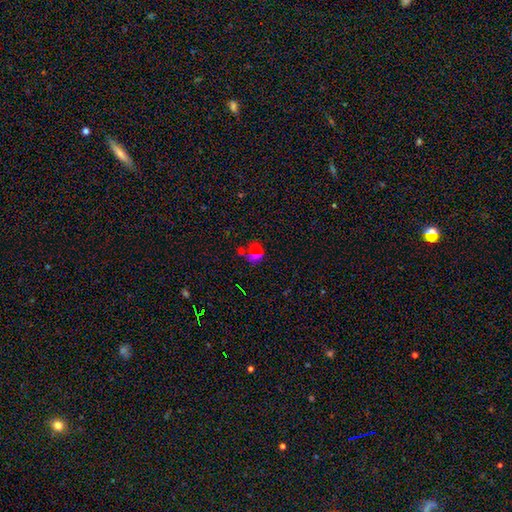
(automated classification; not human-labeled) A star or artifact, not a galaxy (47%).